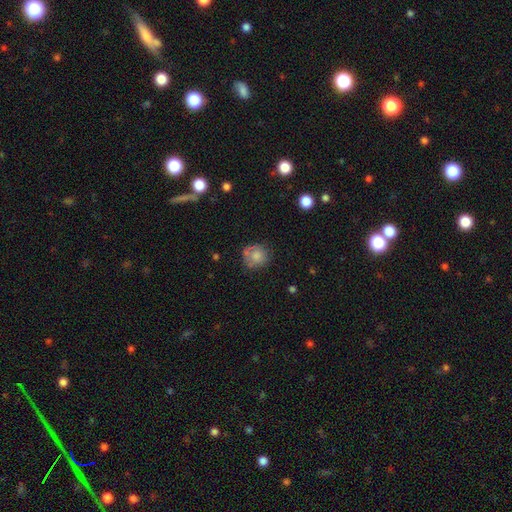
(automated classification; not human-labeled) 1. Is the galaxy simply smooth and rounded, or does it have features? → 71% smooth, 19% featured or disk, 10% star or artifact.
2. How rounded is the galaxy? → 84% round, 15% in between, 1% cigar-shaped.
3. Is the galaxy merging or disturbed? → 59% none, 23% minor disturbance, 9% major disturbance, 9% merger.